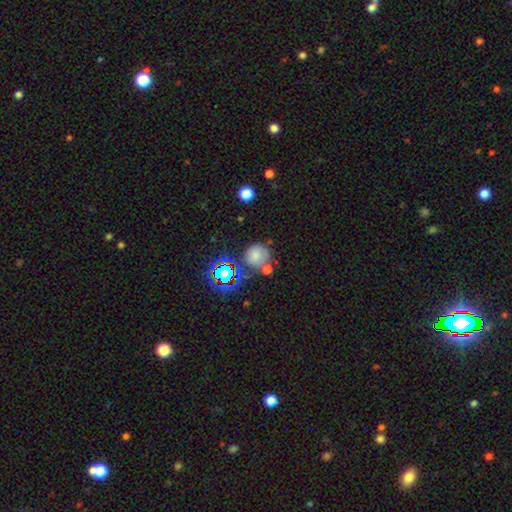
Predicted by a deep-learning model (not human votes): Smooth or featured? Predicted: smooth (p=0.69). How rounded? Predicted: round (p=0.89). Merging? Predicted: none (p=0.61).